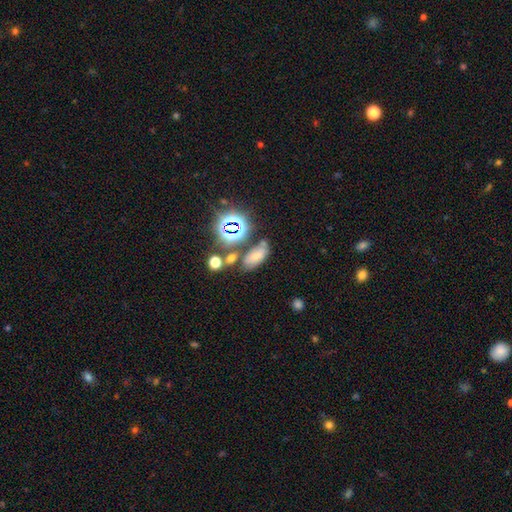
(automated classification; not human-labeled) This is likely a smooth galaxy (62%). How rounded: clearly in between (81%). Merging: possibly none (57%).